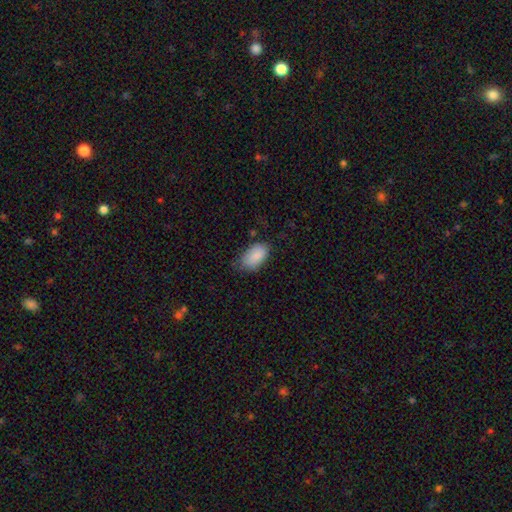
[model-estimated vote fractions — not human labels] A smooth galaxy with no disk features (87%) that is in between round and cigar-shaped (93%). Merging: none (63%).